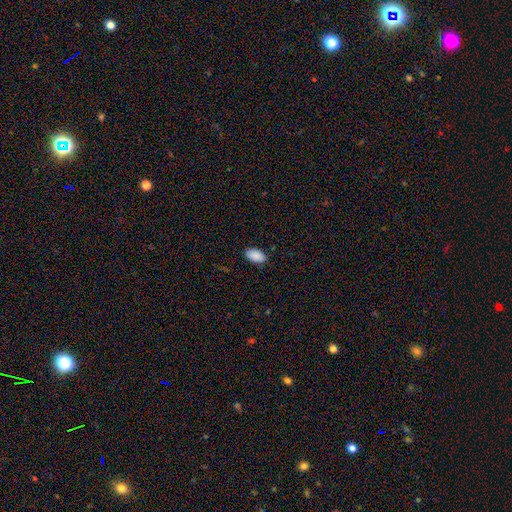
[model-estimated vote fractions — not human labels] A smooth galaxy with no disk features (90%) that is in between round and cigar-shaped (95%).

Vote fractions:
- Smooth or featured? smooth: 90% / star or artifact: 7% / featured or disk: 3%
- How rounded? in between: 95% / round: 3% / cigar-shaped: 2%
- Merging? none: 87% / minor disturbance: 10% / major disturbance: 2% / merger: 1%